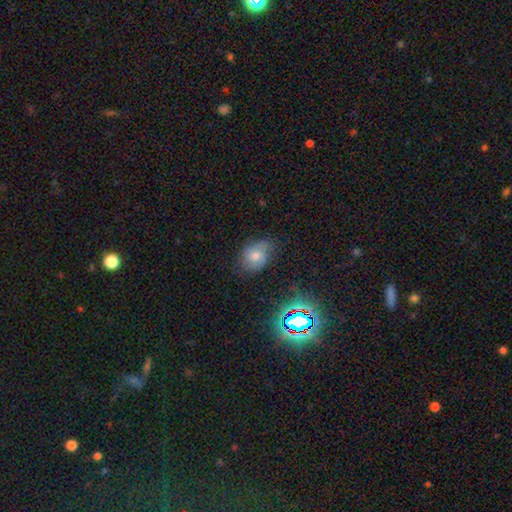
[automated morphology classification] smooth 52%, featured or disk 29%, star or artifact 19%. Down the decision tree: how rounded — in between (57%); merging — none (63%).